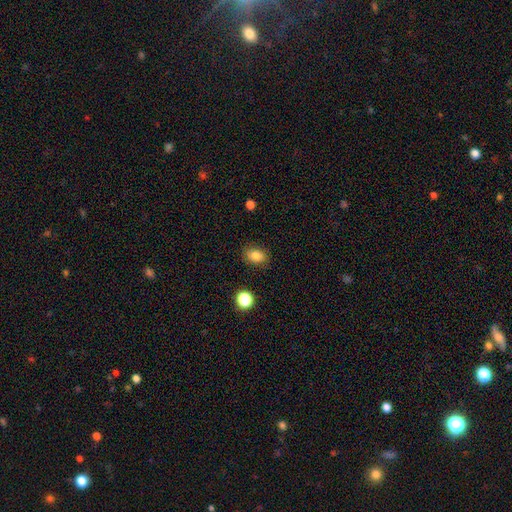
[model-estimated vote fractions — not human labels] This is clearly a smooth galaxy (82%). How rounded: likely in between (70%). Merging: clearly none (85%).